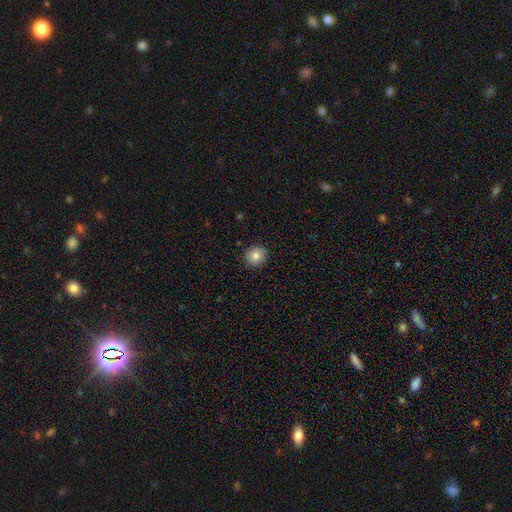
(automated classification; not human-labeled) Smooth or featured?
  - smooth: 82% *
  - featured or disk: 9%
  - star or artifact: 9%
How rounded?
  - round: 91% *
  - in between: 8%
  - cigar-shaped: 1%
Merging?
  - none: 90% *
  - minor disturbance: 7%
  - major disturbance: 2%
  - merger: 1%